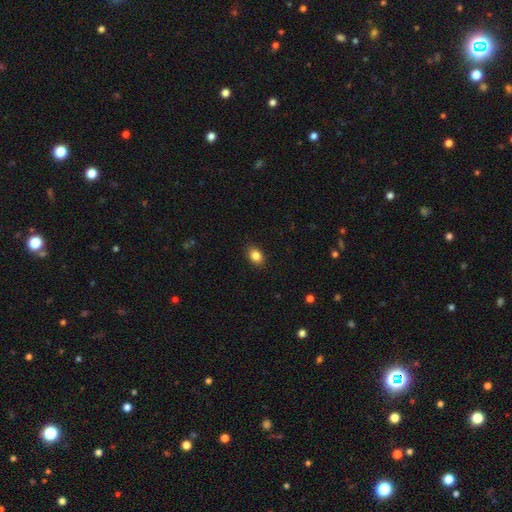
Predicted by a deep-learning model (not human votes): Q: Smooth or featured?
A: smooth (86%); runner-up: star or artifact (9%)
Q: How rounded?
A: in between (68%); runner-up: round (30%)
Q: Merging?
A: none (89%); runner-up: minor disturbance (8%)